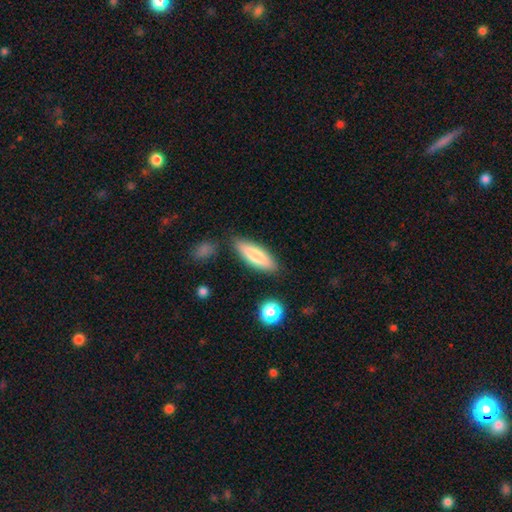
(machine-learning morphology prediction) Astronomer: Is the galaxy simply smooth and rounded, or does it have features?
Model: smooth — 77%.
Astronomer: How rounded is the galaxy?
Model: cigar-shaped — 49%, tied with in between at 49%.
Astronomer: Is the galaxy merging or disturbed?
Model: none — 82%.